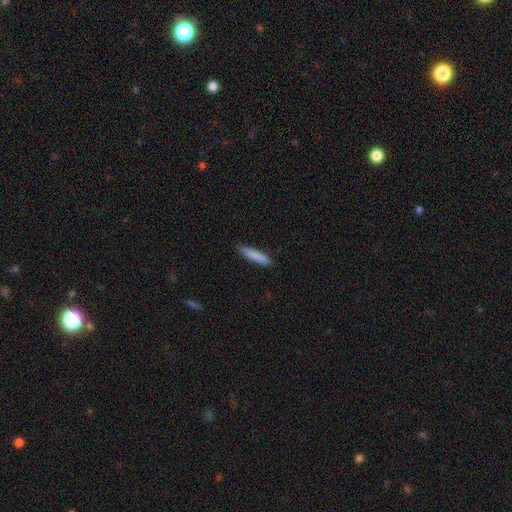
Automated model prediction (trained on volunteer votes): A smooth galaxy with no disk features (85%) that is cigar-shaped (85%).

Vote fractions:
- Smooth or featured? smooth: 85% / featured or disk: 9% / star or artifact: 6%
- How rounded? cigar-shaped: 85% / in between: 14% / round: 1%
- Merging? none: 84% / minor disturbance: 13% / major disturbance: 2% / merger: 1%